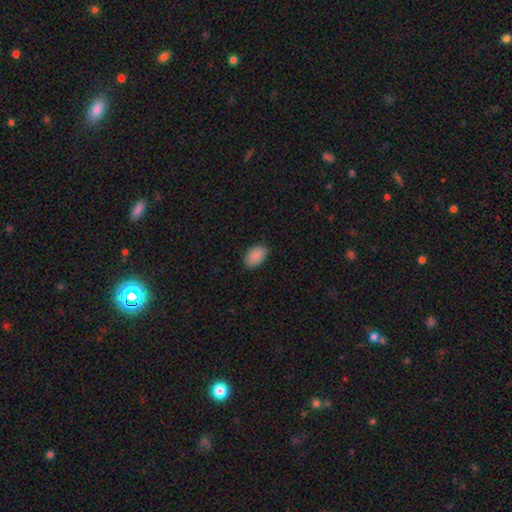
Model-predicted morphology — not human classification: smooth 90%, star or artifact 7%, featured or disk 3%. Down the decision tree: how rounded — in between (91%); merging — none (87%).